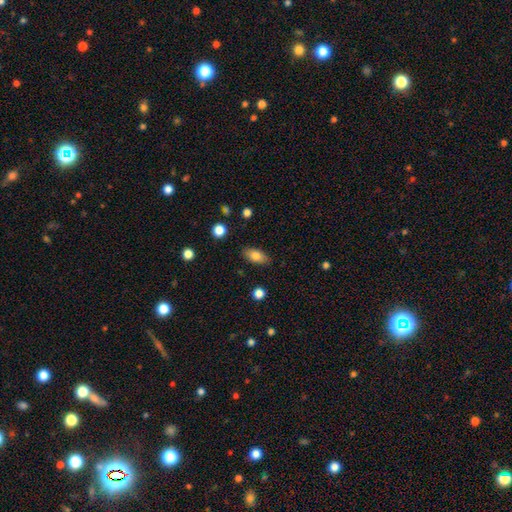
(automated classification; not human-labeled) Morphology: type=smooth (80%); roundness=in between (87%); merging=none (85%).